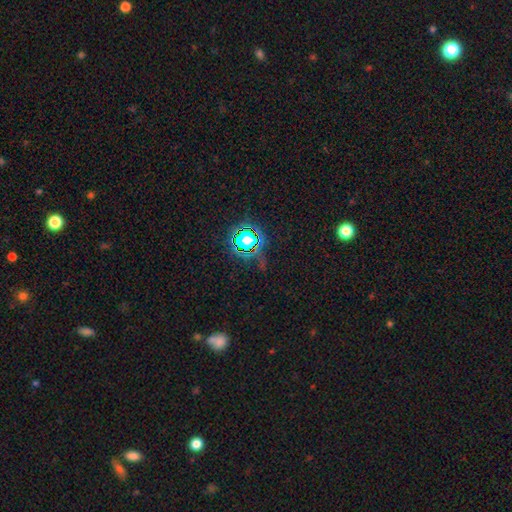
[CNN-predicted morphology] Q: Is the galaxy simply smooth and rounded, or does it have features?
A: star or artifact — 77%.